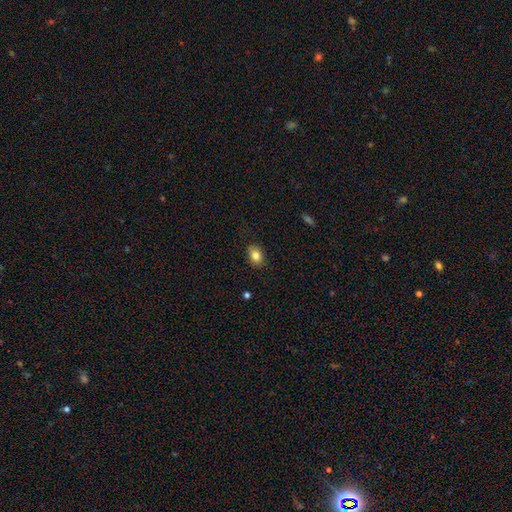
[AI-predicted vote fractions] A smooth galaxy with no disk features (81%) that is in between round and cigar-shaped (75%).

Vote fractions:
- Smooth or featured? smooth: 81% / featured or disk: 10% / star or artifact: 9%
- How rounded? in between: 75% / round: 23% / cigar-shaped: 1%
- Merging? none: 85% / minor disturbance: 12% / major disturbance: 2% / merger: 1%